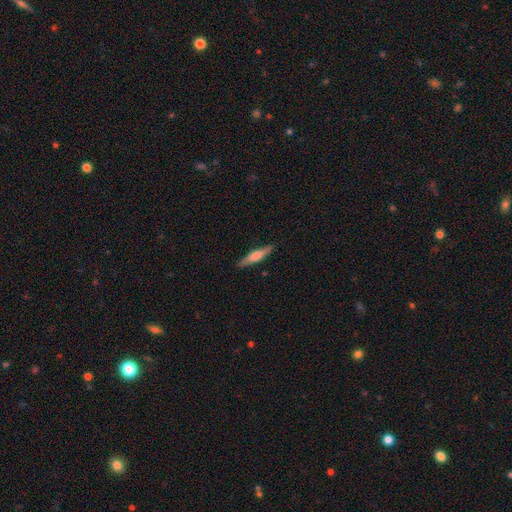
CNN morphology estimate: The model was most divided on "smooth or featured": smooth: 53%, featured or disk: 41%, star or artifact: 6%. More confident: merging — none (88%); how rounded — cigar-shaped (88%).